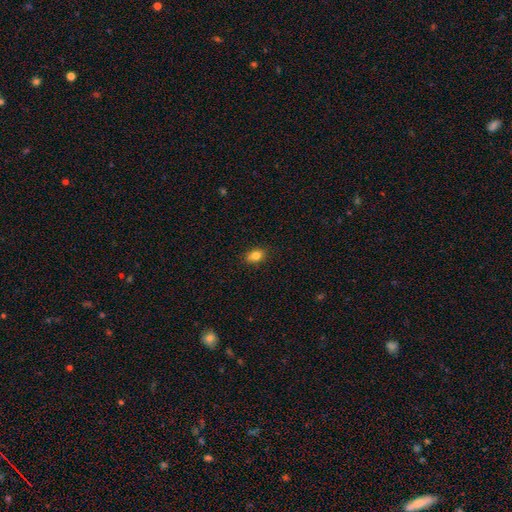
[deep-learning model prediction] Smooth or featured? Predicted: smooth (p=0.82). How rounded? Predicted: in between (p=0.78). Merging? Predicted: none (p=0.86).